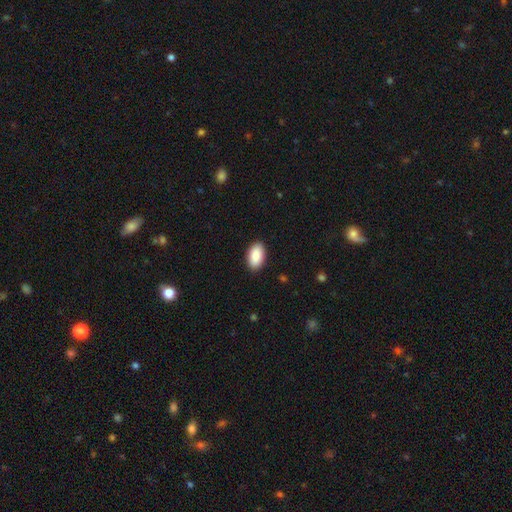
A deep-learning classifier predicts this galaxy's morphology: A smooth galaxy with no disk features (90%) that is in between round and cigar-shaped (95%).

Vote fractions:
- Smooth or featured? smooth: 90% / star or artifact: 6% / featured or disk: 4%
- How rounded? in between: 95% / round: 3% / cigar-shaped: 2%
- Merging? none: 90% / minor disturbance: 7% / major disturbance: 2% / merger: 1%